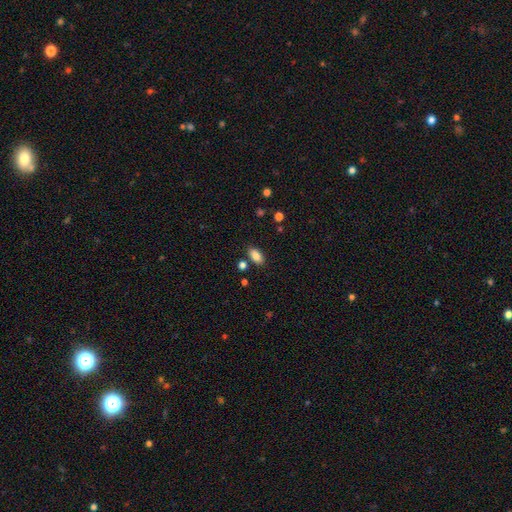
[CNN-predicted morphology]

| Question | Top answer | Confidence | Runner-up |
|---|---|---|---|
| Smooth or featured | smooth | 86% | star or artifact (9%) |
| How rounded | in between | 91% | cigar-shaped (5%) |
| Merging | none | 82% | minor disturbance (11%) |